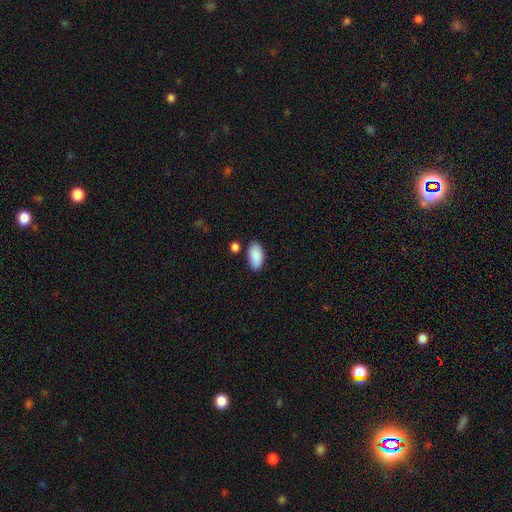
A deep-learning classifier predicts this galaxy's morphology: Smooth or featured?
  - smooth: 90% *
  - star or artifact: 6%
  - featured or disk: 4%
How rounded?
  - in between: 95% *
  - cigar-shaped: 3%
  - round: 3%
Merging?
  - none: 80% *
  - minor disturbance: 12%
  - merger: 6%
  - major disturbance: 3%